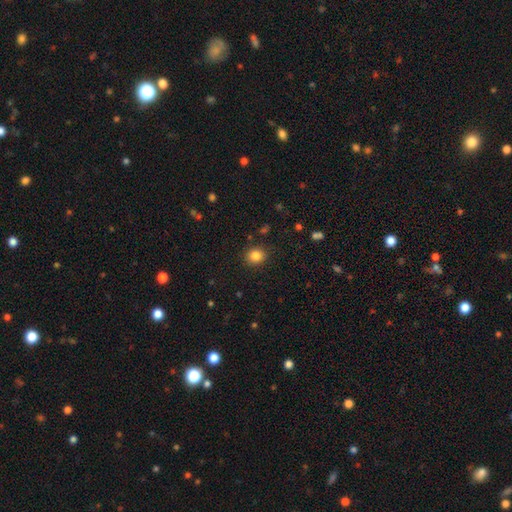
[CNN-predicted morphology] This appears to be a smooth galaxy with no disk features (84%) that is round (79%). Merging: none (88%).